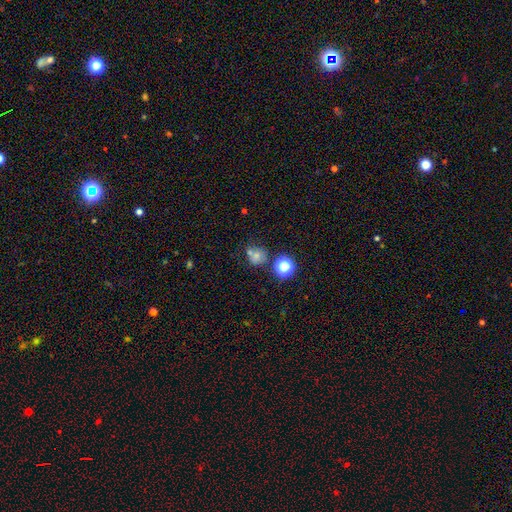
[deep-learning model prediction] This is likely a smooth galaxy (64%). How rounded: clearly round (80%). Merging: possibly none (54%).